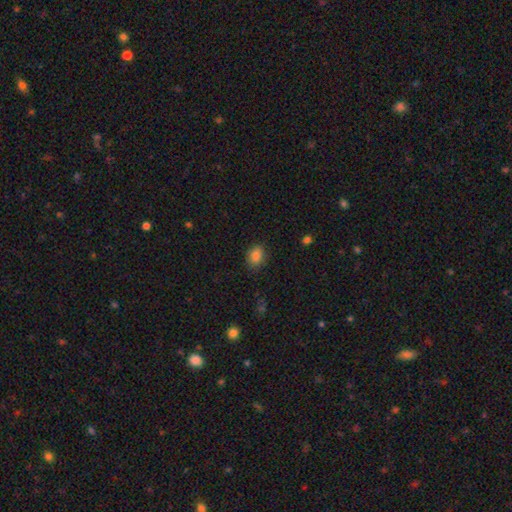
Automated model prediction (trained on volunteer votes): smooth 86%, star or artifact 10%, featured or disk 4%. Down the decision tree: how rounded — in between (66%); merging — none (82%).